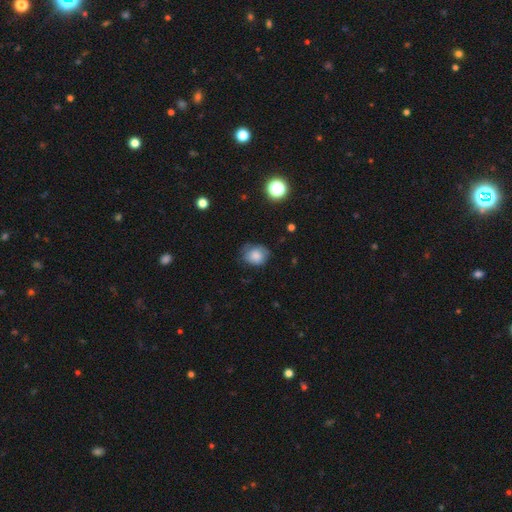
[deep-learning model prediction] A smooth galaxy with no disk features (81%) that is round (61%). Merging: none (62%).